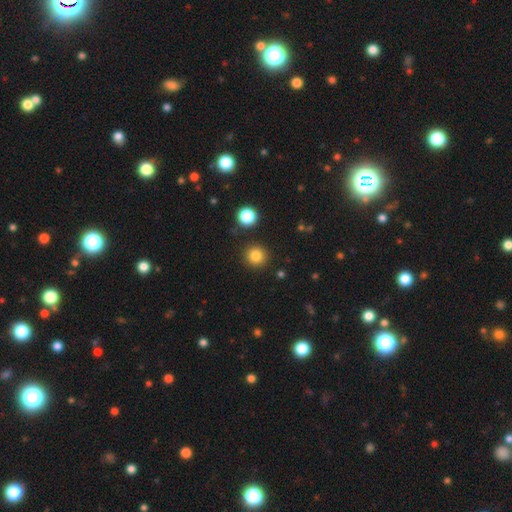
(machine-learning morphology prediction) Smooth or featured? Predicted: smooth (p=0.83). How rounded? Predicted: round (p=0.93). Merging? Predicted: none (p=0.90).